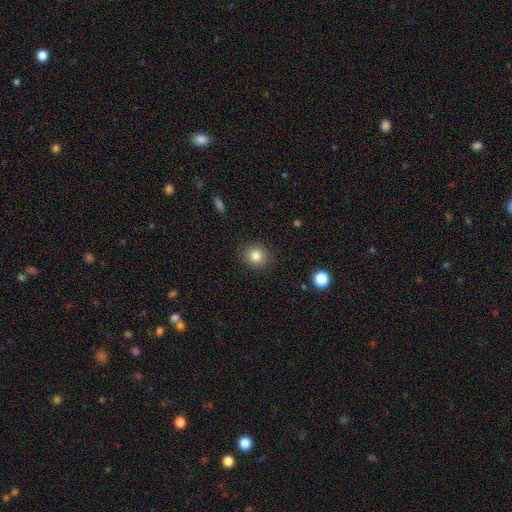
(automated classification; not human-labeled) Smooth or featured? Predicted: smooth (p=0.82). How rounded? Predicted: round (p=0.86). Merging? Predicted: none (p=0.90).